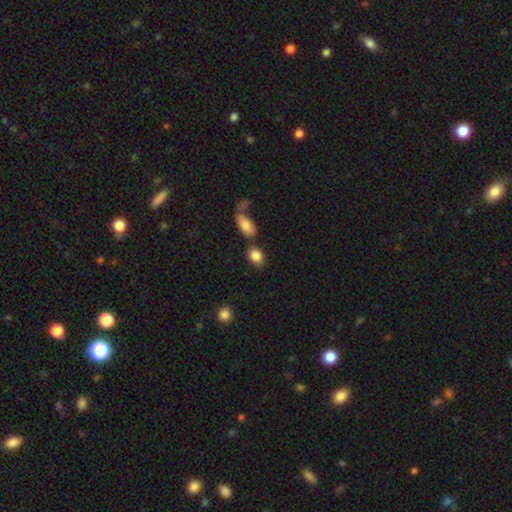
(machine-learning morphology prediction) type=smooth (86%); roundness=in between (70%); merging=none (65%).